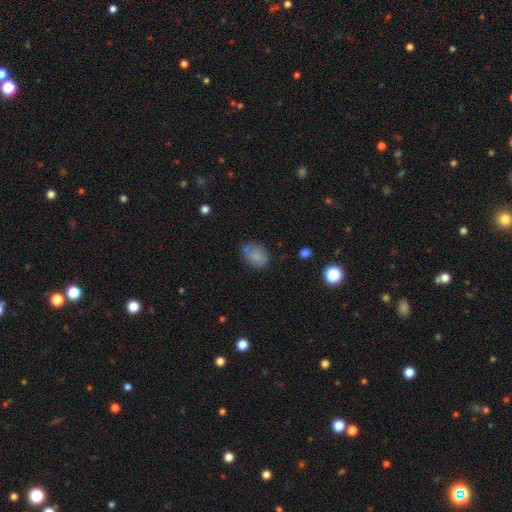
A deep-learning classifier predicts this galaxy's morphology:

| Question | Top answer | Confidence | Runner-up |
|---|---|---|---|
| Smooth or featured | smooth | 76% | featured or disk (13%) |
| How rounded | in between | 67% | round (31%) |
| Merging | none | 63% | minor disturbance (24%) |